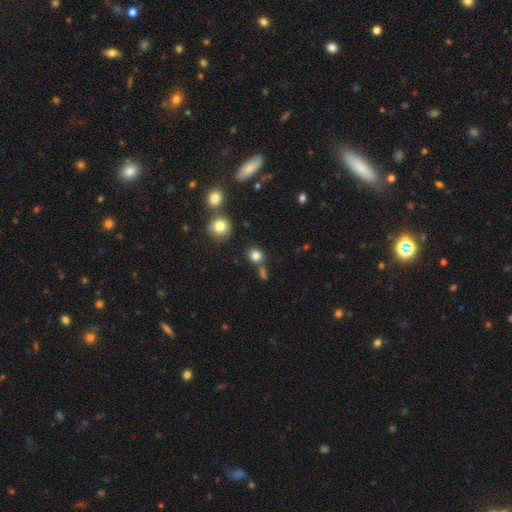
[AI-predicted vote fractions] Smooth or featured: smooth — 81% (star or artifact — 13%)
How rounded: round — 81% (in between — 18%)
Merging: none — 73% (merger — 12%)